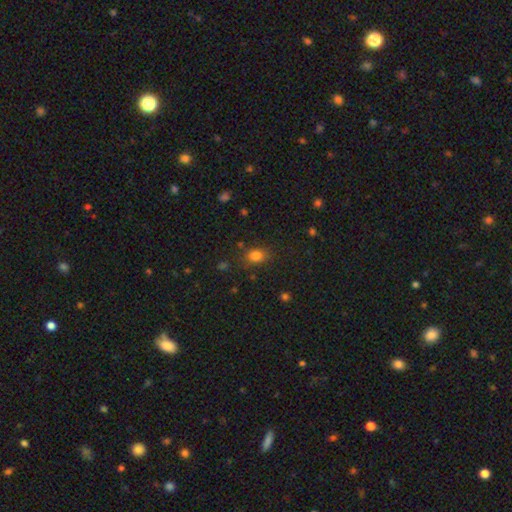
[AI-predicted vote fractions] The model was most divided on "how rounded": in between: 59%, round: 40%, cigar-shaped: 1%. More confident: smooth or featured — smooth (81%); merging — none (78%).